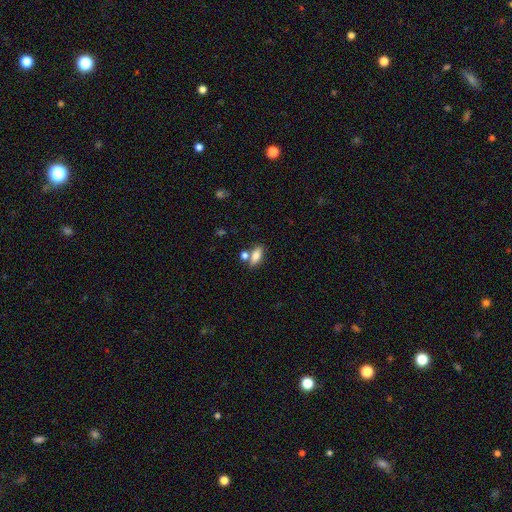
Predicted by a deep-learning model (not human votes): The model was most divided on "merging": none: 61%, merger: 23%, minor disturbance: 12%, major disturbance: 4%. More confident: how rounded — in between (78%); smooth or featured — smooth (78%).